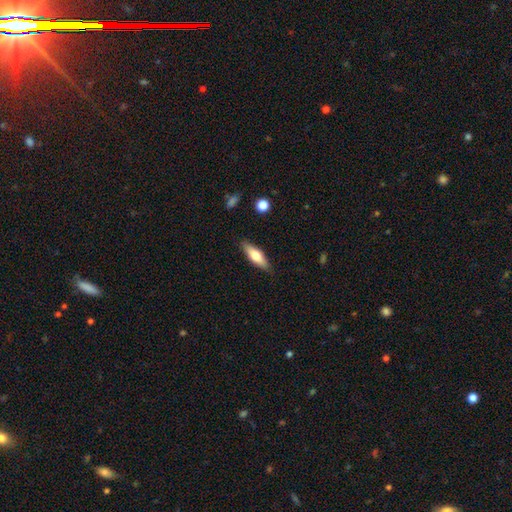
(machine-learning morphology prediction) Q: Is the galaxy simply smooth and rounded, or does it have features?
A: smooth — 60%.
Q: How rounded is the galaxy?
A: cigar-shaped — 53%.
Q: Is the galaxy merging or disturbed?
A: none — 86%.